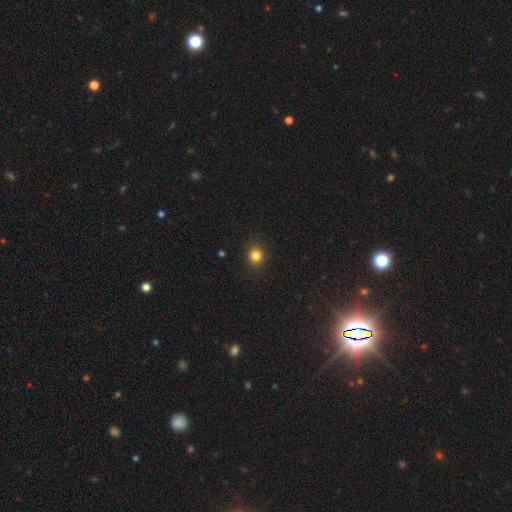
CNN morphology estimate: A smooth galaxy with no disk features (83%) that is round (86%).

Vote fractions:
- Smooth or featured? smooth: 83% / star or artifact: 12% / featured or disk: 4%
- How rounded? round: 86% / in between: 13% / cigar-shaped: 1%
- Merging? none: 91% / minor disturbance: 6% / major disturbance: 2% / merger: 1%